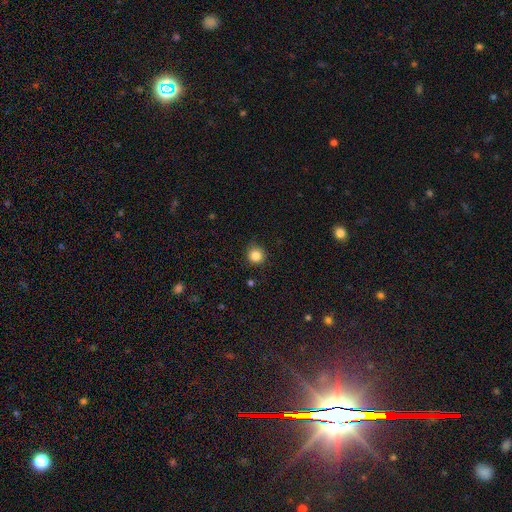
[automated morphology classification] smooth 85%, star or artifact 11%, featured or disk 4%. Down the decision tree: how rounded — round (94%); merging — none (87%).